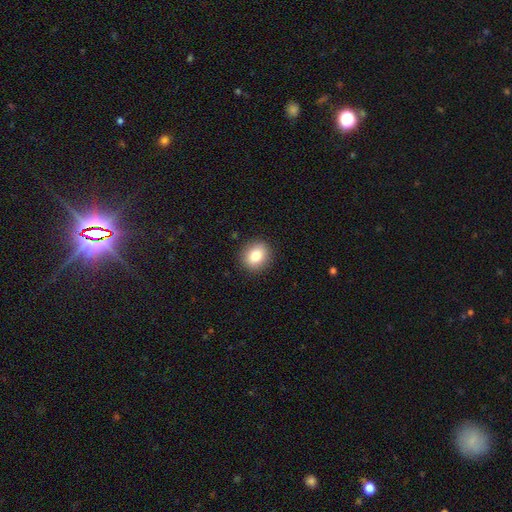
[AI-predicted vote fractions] A smooth galaxy with no disk features (82%) that is round (72%). Merging: none (90%).